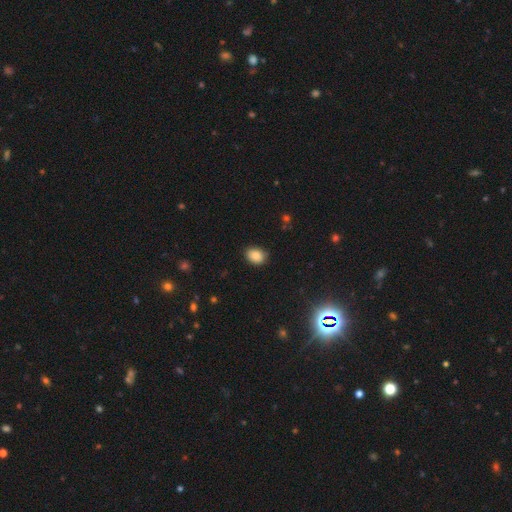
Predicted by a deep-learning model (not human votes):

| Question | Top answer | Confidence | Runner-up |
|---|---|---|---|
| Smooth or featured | smooth | 87% | star or artifact (9%) |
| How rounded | in between | 65% | round (34%) |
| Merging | none | 84% | minor disturbance (12%) |